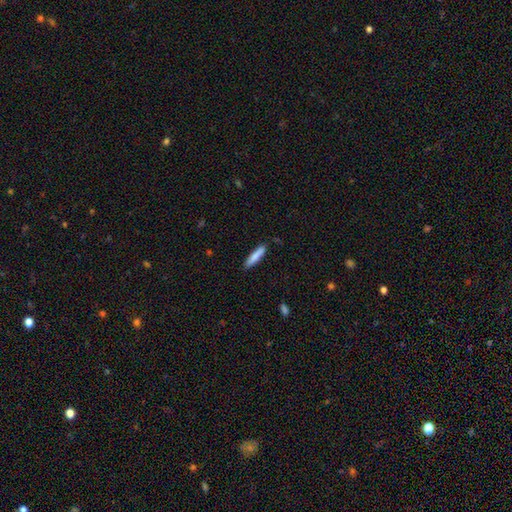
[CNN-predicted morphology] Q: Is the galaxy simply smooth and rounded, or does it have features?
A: smooth — 81%.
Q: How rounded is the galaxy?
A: cigar-shaped — 87%.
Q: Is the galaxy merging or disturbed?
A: none — 87%.